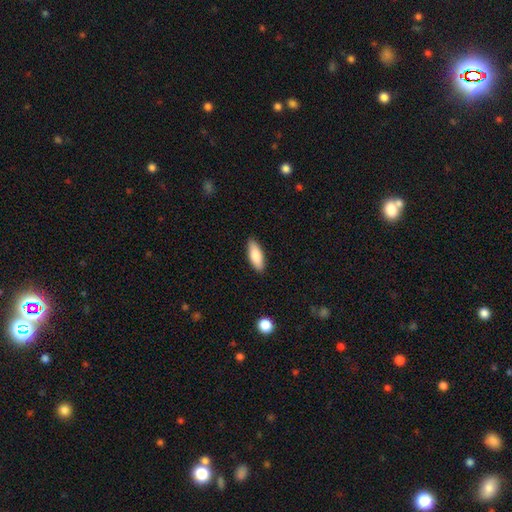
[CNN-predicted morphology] type=smooth (82%); roundness=in between (67%); merging=none (88%).